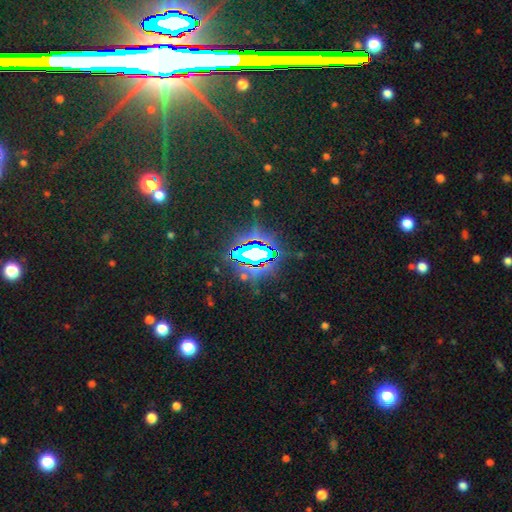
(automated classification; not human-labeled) Morphology: type=star or artifact (76%).